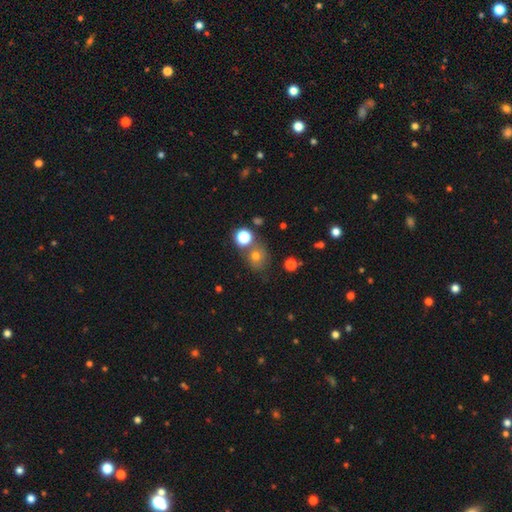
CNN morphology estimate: Smooth or featured? Predicted: smooth (p=0.67). How rounded? Predicted: round (p=0.74). Merging? Predicted: none (p=0.66).